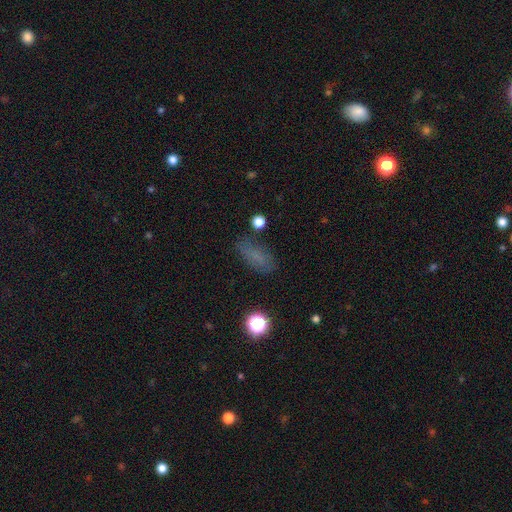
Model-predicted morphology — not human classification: A smooth galaxy with no disk features (66%) that is in between round and cigar-shaped (75%). Merging: none (70%).